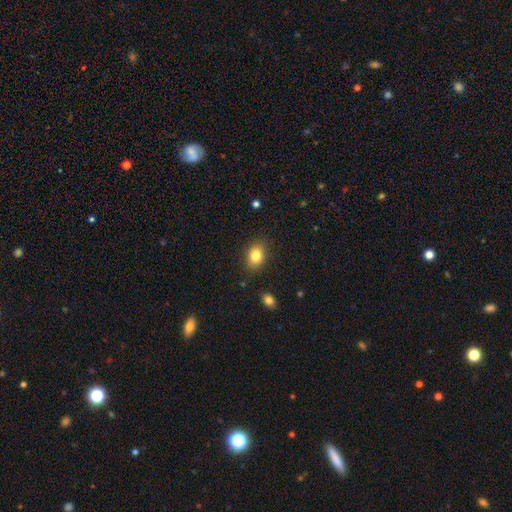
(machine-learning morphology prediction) smooth-or-featured: smooth: 83% | star or artifact: 10% | featured or disk: 7%
  how-rounded: in between: 65% | round: 34% | cigar-shaped: 1%
  merging: none: 85% | minor disturbance: 11% | major disturbance: 3% | merger: 2%